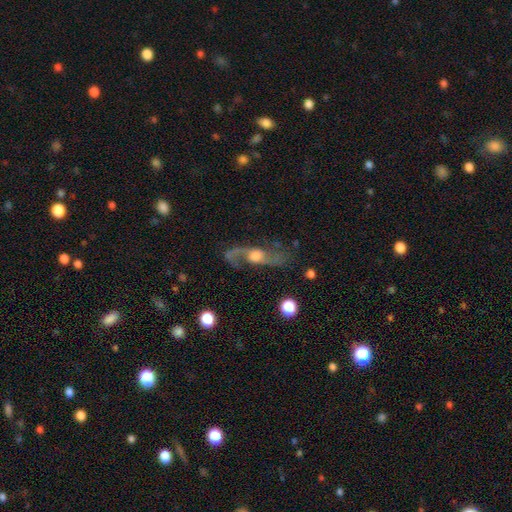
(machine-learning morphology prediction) type=featured or disk (81%); edge-on=no (83%); bar=no (61%); spiral arms=yes (93%); winding=loose (68%); arm count=2 (91%); bulge=moderate (46%); merging=none (67%).